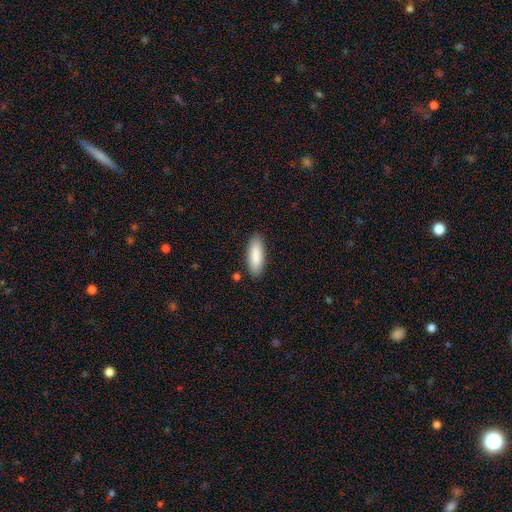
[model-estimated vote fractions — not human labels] A smooth galaxy with no disk features (88%) that is in between round and cigar-shaped (63%).

Vote fractions:
- Smooth or featured? smooth: 88% / featured or disk: 7% / star or artifact: 6%
- How rounded? in between: 63% / cigar-shaped: 36% / round: 2%
- Merging? none: 87% / minor disturbance: 10% / major disturbance: 2% / merger: 2%